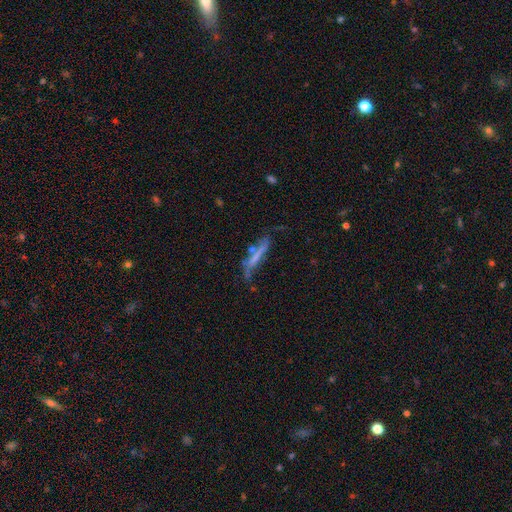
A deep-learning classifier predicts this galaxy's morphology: smooth-or-featured: smooth: 45% (tied) | featured or disk: 45% (tied) | star or artifact: 10%
  merging: none: 50% | minor disturbance: 26% | major disturbance: 15% | merger: 9%